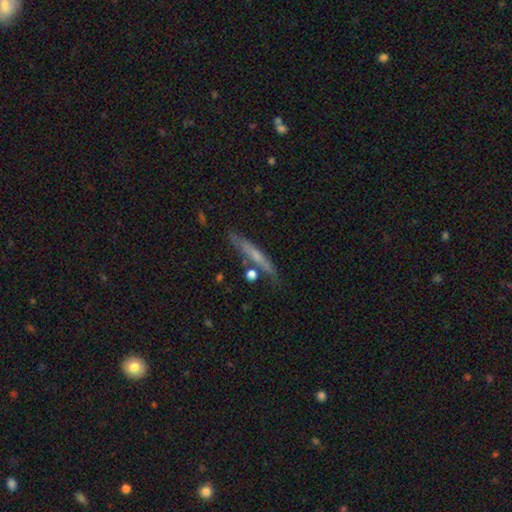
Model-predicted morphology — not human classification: Overall: smooth (50%; featured or disk 43%). How rounded: cigar-shaped (93%). Merging: none (77%).